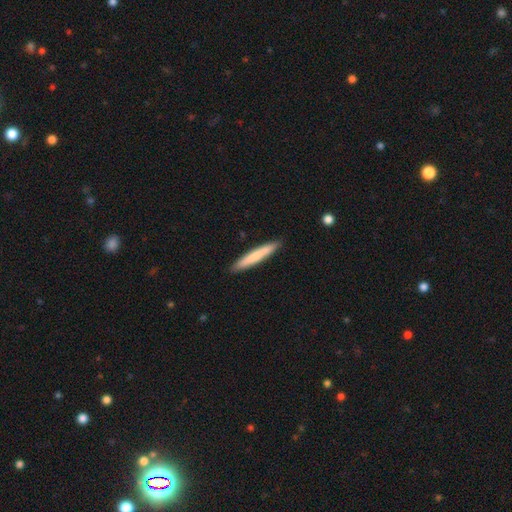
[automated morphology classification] smooth-or-featured: smooth: 75% | featured or disk: 20% | star or artifact: 5%
  how-rounded: cigar-shaped: 95% | in between: 4% | round: 1%
  merging: none: 91% | minor disturbance: 7% | major disturbance: 1% | merger: 1%